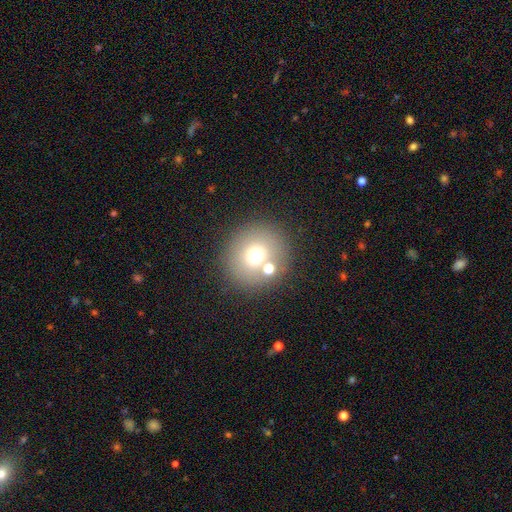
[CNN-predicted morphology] This is likely a smooth galaxy (67%). How rounded: clearly round (90%). Merging: likely none (75%).